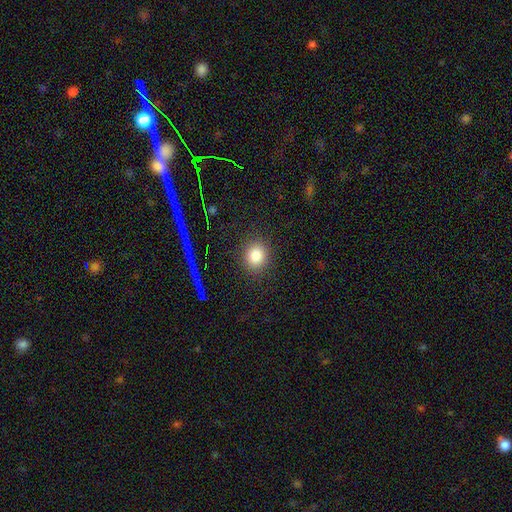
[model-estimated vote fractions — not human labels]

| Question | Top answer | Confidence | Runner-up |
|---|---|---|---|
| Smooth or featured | smooth | 84% | star or artifact (10%) |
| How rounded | round | 77% | in between (22%) |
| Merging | none | 86% | minor disturbance (9%) |